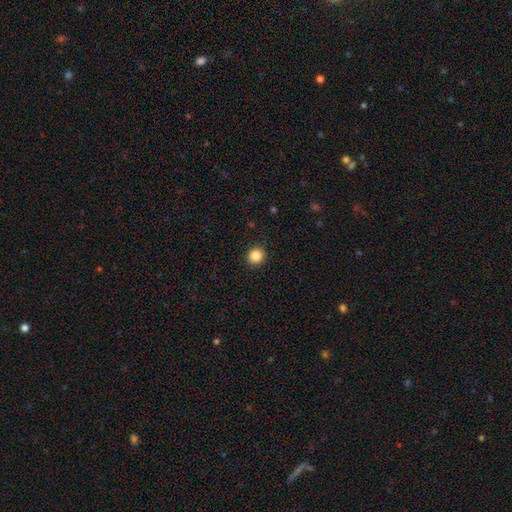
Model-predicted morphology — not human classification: The model was most divided on "smooth or featured": smooth: 85%, star or artifact: 11%, featured or disk: 4%. More confident: how rounded — round (92%); merging — none (92%).